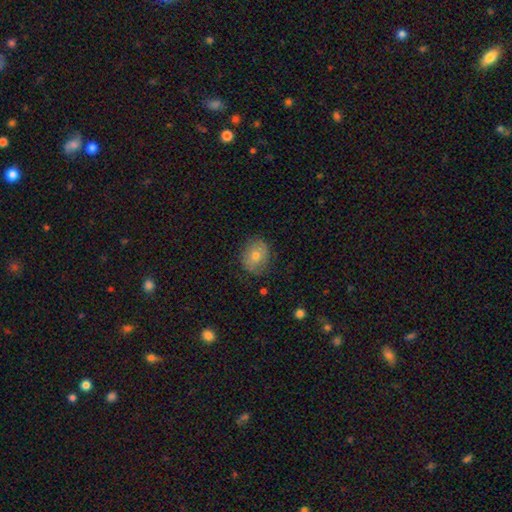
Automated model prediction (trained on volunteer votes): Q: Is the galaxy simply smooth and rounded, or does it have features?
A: smooth — 67%.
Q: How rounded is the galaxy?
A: round — 56%.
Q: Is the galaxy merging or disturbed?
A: none — 78%.